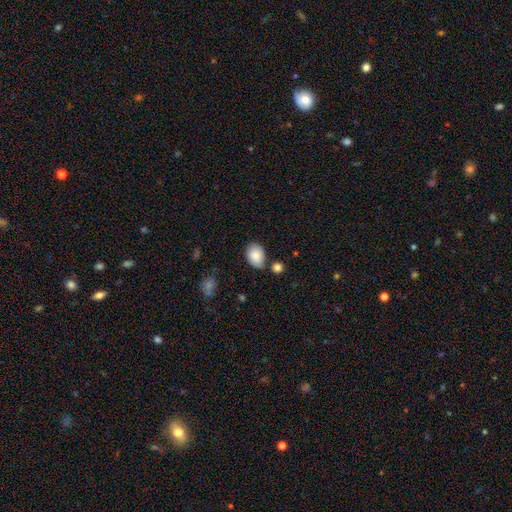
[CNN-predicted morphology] smooth 85%, featured or disk 8%, star or artifact 7%. Down the decision tree: how rounded — in between (77%); merging — none (72%).